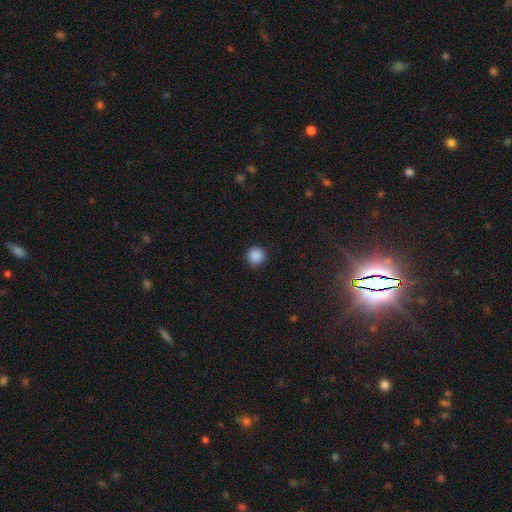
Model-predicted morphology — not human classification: smooth_or_featured: smooth (p=0.88) [alt: star or artifact p=0.10]
how_rounded: round (p=0.95) [alt: in between p=0.04]
merging: none (p=0.89) [alt: minor disturbance p=0.08]